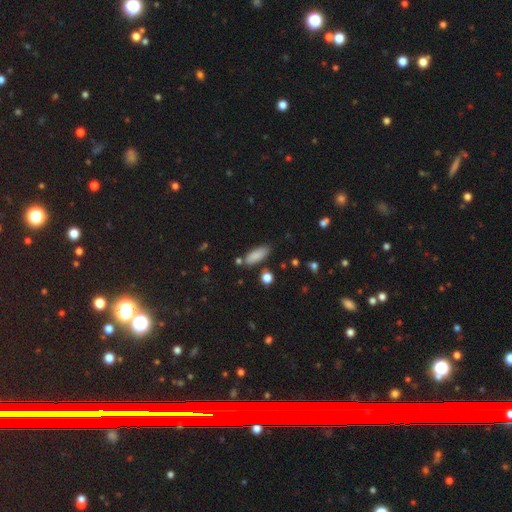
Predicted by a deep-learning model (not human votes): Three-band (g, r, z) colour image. It shows a smooth galaxy with no disk features (85%) that is in between round and cigar-shaped (72%). Merging: none (75%).